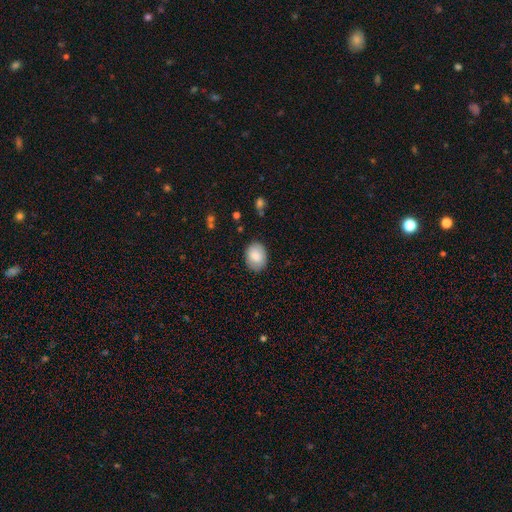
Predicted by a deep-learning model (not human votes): smooth_or_featured: smooth (p=0.84) [alt: featured or disk p=0.09]
how_rounded: in between (p=0.68) [alt: round p=0.31]
merging: none (p=0.84) [alt: minor disturbance p=0.12]